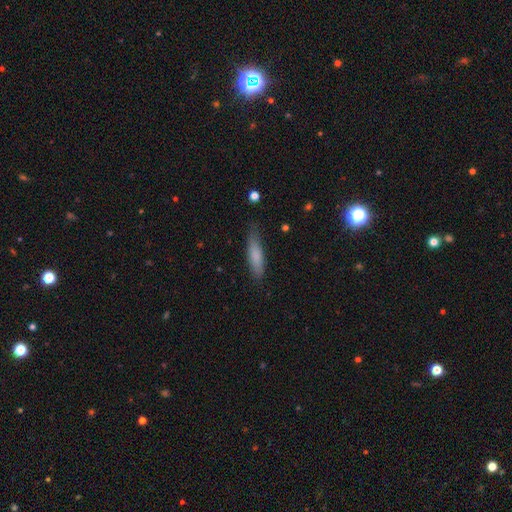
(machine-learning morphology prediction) Smooth or featured? Predicted: smooth (p=0.79). How rounded? Predicted: cigar-shaped (p=0.70). Merging? Predicted: none (p=0.74).